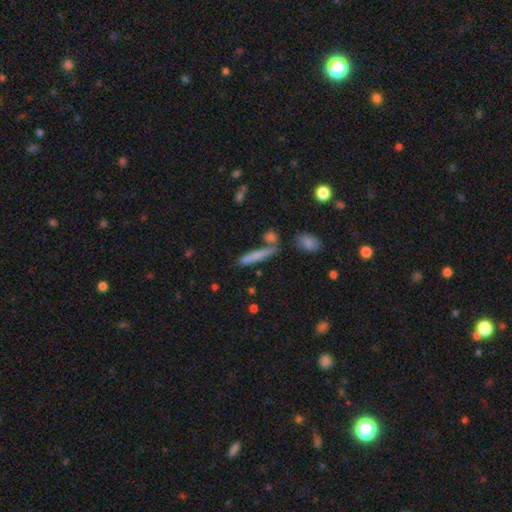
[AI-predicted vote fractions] A smooth galaxy with no disk features (71%) that is cigar-shaped (88%).

Vote fractions:
- Smooth or featured? smooth: 71% / featured or disk: 20% / star or artifact: 9%
- How rounded? cigar-shaped: 88% / in between: 9% / round: 3%
- Merging? none: 69% / merger: 14% / minor disturbance: 13% / major disturbance: 4%